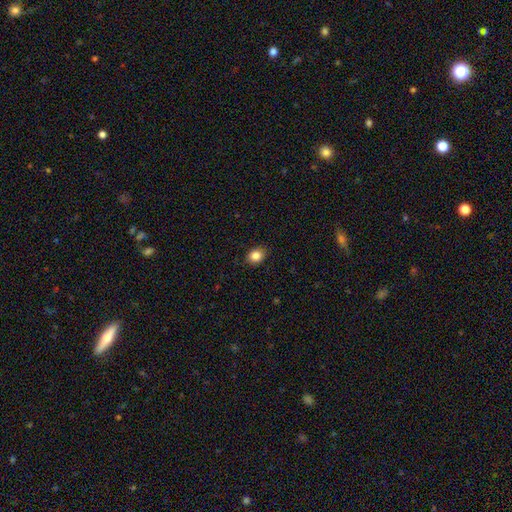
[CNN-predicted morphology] This appears to be a smooth galaxy with no disk features (85%) that is in between round and cigar-shaped (50%). Merging: none (87%).